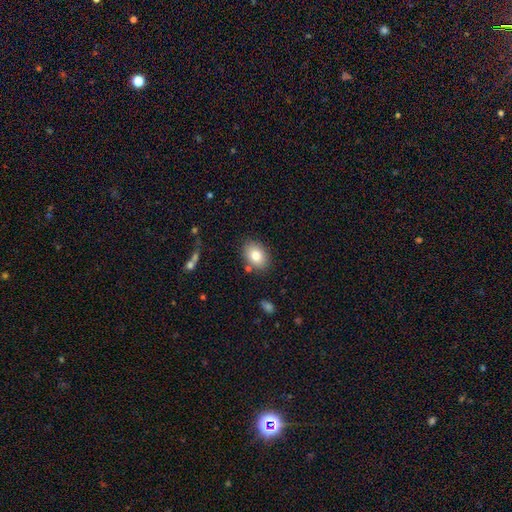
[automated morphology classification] A smooth galaxy with no disk features (80%) that is in between round and cigar-shaped (80%).

Vote fractions:
- Smooth or featured? smooth: 80% / featured or disk: 11% / star or artifact: 8%
- How rounded? in between: 80% / round: 19% / cigar-shaped: 1%
- Merging? none: 83% / minor disturbance: 11% / merger: 3% / major disturbance: 3%